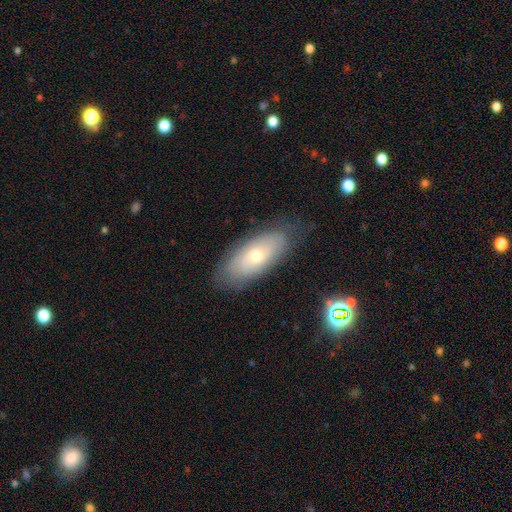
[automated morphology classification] smooth-or-featured: smooth: 49% | featured or disk: 43% | star or artifact: 8%
  merging: none: 78% | minor disturbance: 17% | major disturbance: 5% | merger: 1%